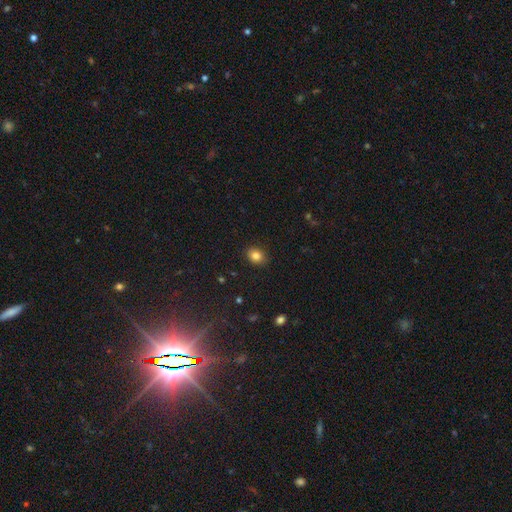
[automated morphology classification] Smooth or featured? Predicted: smooth (p=0.84). How rounded? Predicted: round (p=0.54). Merging? Predicted: none (p=0.89).